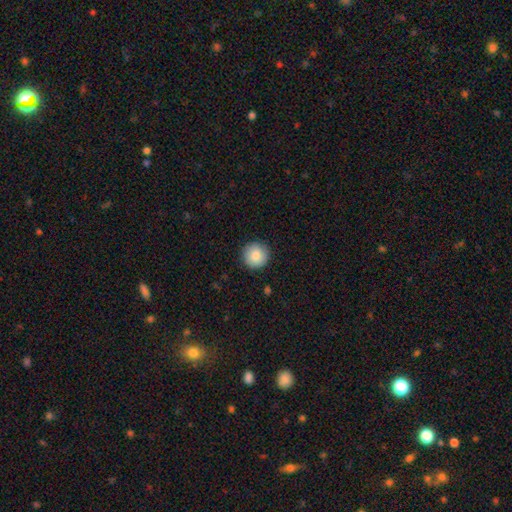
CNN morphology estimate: smooth-or-featured: smooth: 85% | star or artifact: 8% | featured or disk: 8%
  how-rounded: round: 96% | in between: 3% | cigar-shaped: 1%
  merging: none: 91% | minor disturbance: 6% | major disturbance: 2% | merger: 1%